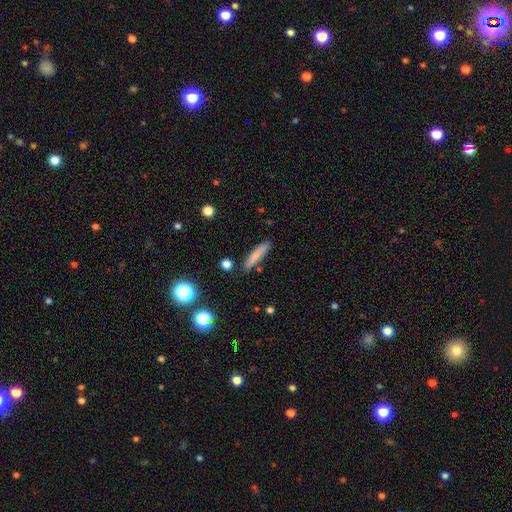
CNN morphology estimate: Smooth or featured? Predicted: smooth (p=0.74). How rounded? Predicted: cigar-shaped (p=0.83). Merging? Predicted: none (p=0.83).